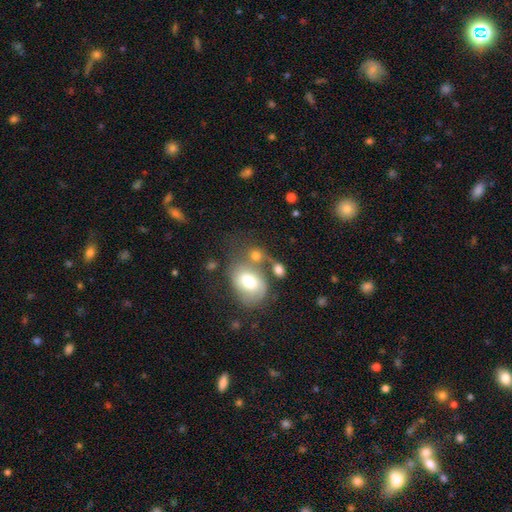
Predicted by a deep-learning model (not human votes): Smooth or featured?
  - smooth: 70% *
  - featured or disk: 19%
  - star or artifact: 11%
How rounded?
  - in between: 52% *
  - round: 46%
  - cigar-shaped: 2%
Merging?
  - none: 36% * (tied)
  - merger: 36% * (tied)
  - minor disturbance: 15%
  - major disturbance: 13%